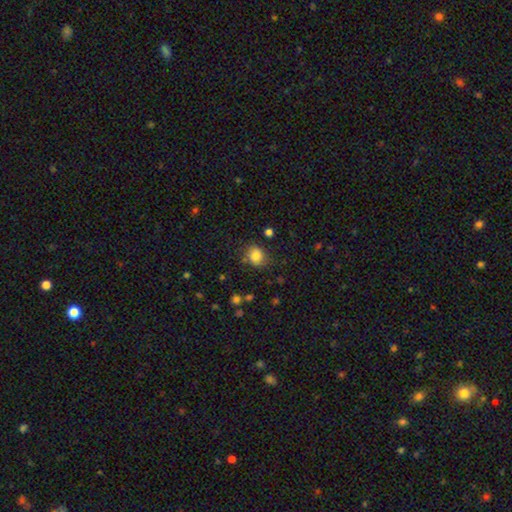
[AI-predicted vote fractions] A smooth galaxy with no disk features (83%) that is round (66%). Merging: none (75%).